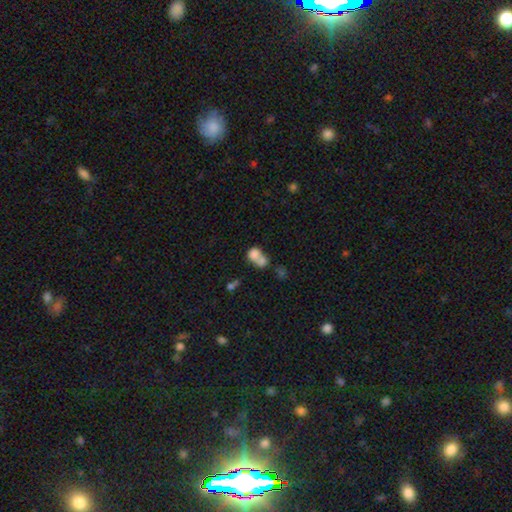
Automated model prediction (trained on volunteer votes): Overall: smooth (72%). How rounded: round (52%; in between 47%). Merging: merger (69%).